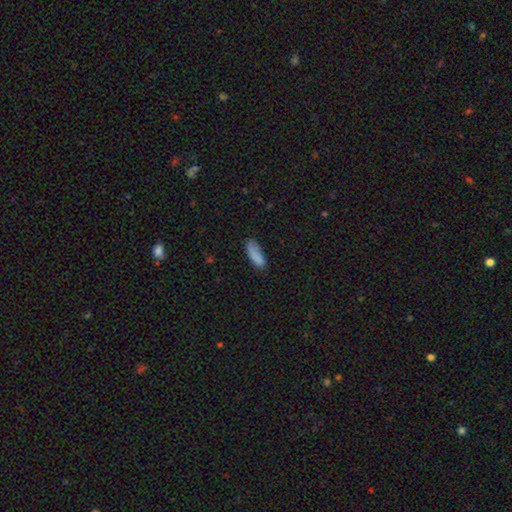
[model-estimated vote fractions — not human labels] Smooth or featured?
  - smooth: 85% *
  - star or artifact: 8%
  - featured or disk: 7%
How rounded?
  - in between: 64% *
  - cigar-shaped: 34%
  - round: 2%
Merging?
  - none: 67% *
  - minor disturbance: 24%
  - major disturbance: 7%
  - merger: 2%